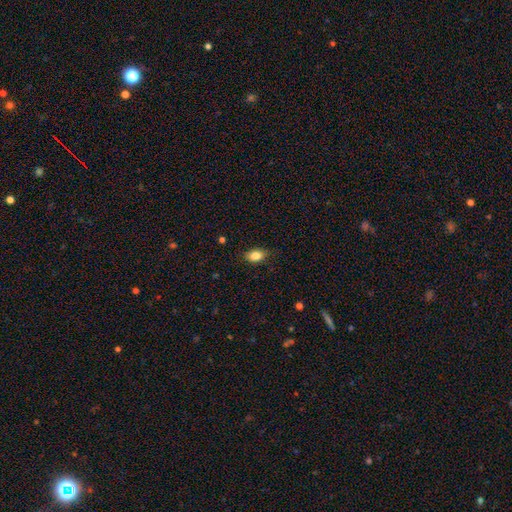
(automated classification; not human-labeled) This appears to be a smooth galaxy with no disk features (85%) that is in between round and cigar-shaped (85%). Merging: none (82%).